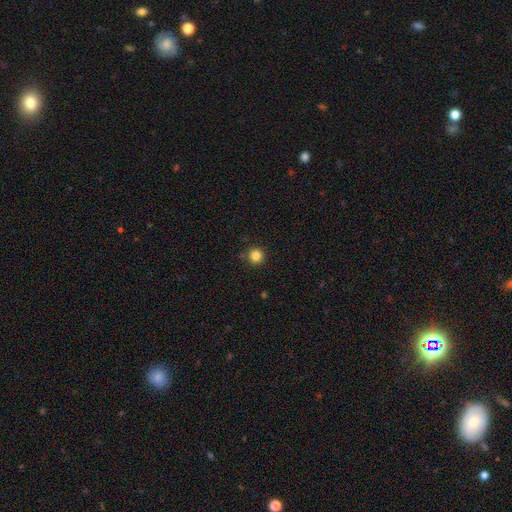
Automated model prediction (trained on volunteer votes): A smooth galaxy with no disk features (83%) that is round (95%).

Vote fractions:
- Smooth or featured? smooth: 83% / star or artifact: 12% / featured or disk: 5%
- How rounded? round: 95% / in between: 4% / cigar-shaped: 1%
- Merging? none: 86% / minor disturbance: 8% / merger: 3% / major disturbance: 2%